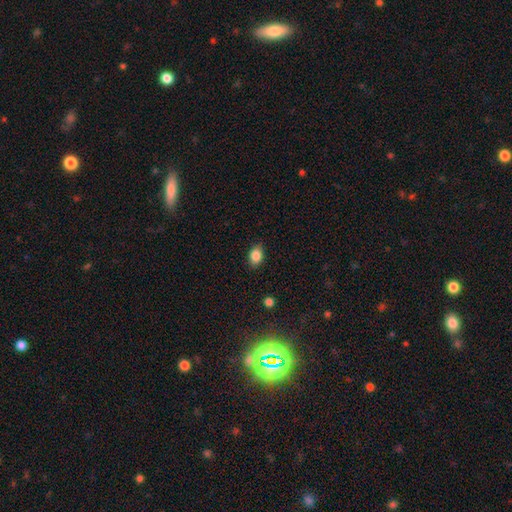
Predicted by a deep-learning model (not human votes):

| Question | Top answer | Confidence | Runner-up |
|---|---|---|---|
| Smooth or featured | smooth | 86% | star or artifact (9%) |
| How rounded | in between | 79% | round (19%) |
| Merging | none | 85% | minor disturbance (11%) |